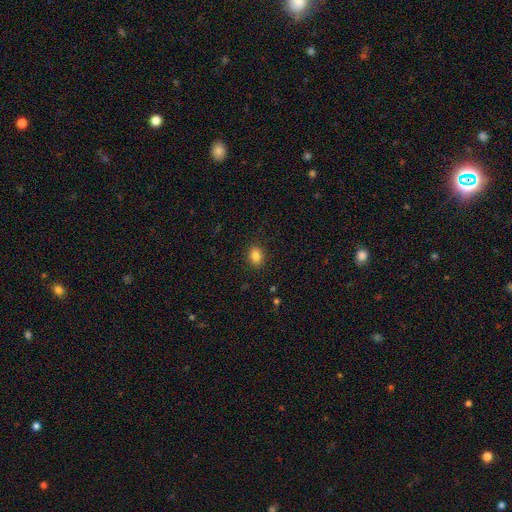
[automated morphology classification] Smooth or featured: smooth — 84% (star or artifact — 10%)
How rounded: in between — 63% (round — 36%)
Merging: none — 88% (minor disturbance — 8%)